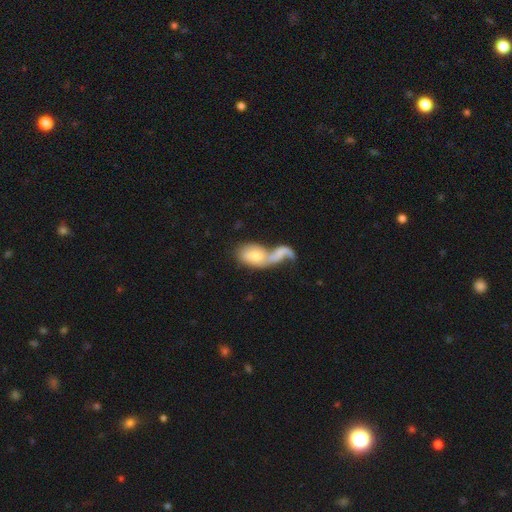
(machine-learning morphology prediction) Smooth or featured? Predicted: smooth (p=0.51). How rounded? Predicted: in between (p=0.82). Merging? Predicted: merger (p=0.73).